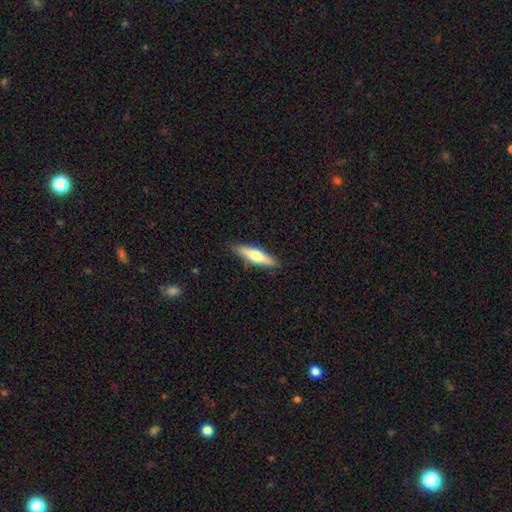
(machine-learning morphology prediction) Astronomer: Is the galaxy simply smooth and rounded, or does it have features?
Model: smooth — 56% (runner-up: featured or disk, 38%).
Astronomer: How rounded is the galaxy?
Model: cigar-shaped — 71%.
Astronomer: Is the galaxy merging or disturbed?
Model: none — 87%.